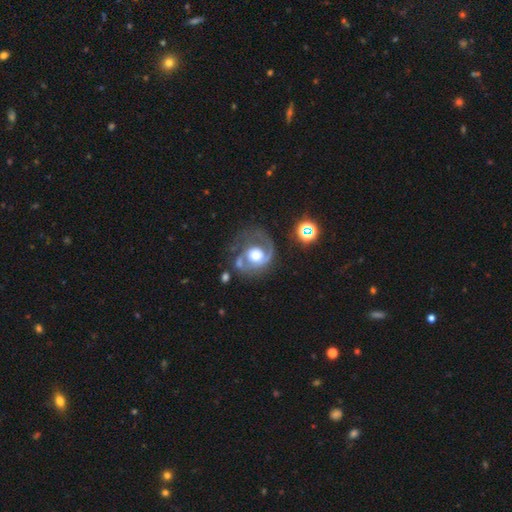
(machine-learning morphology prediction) Smooth or featured?
  - featured or disk: 78% *
  - smooth: 15%
  - star or artifact: 7%
Edge-on disk?
  - no: 98% *
  - yes: 2%
Bar?
  - no: 70% *
  - weak: 24%
  - strong: 6%
Spiral arms?
  - yes: 90% *
  - no: 10%
Spiral winding?
  - medium: 45% *
  - tight: 33%
  - loose: 22%
Spiral arm count?
  - 2: 48% *
  - 1: 41%
  - can't tell: 7%
  - 3: 2%
  - 4: 1%
  - more than 4: 1%
Bulge size?
  - moderate: 45% *
  - large: 42%
  - small: 6%
  - dominant: 5%
  - none: 2%
Merging?
  - none: 48% *
  - major disturbance: 25%
  - minor disturbance: 20%
  - merger: 6%